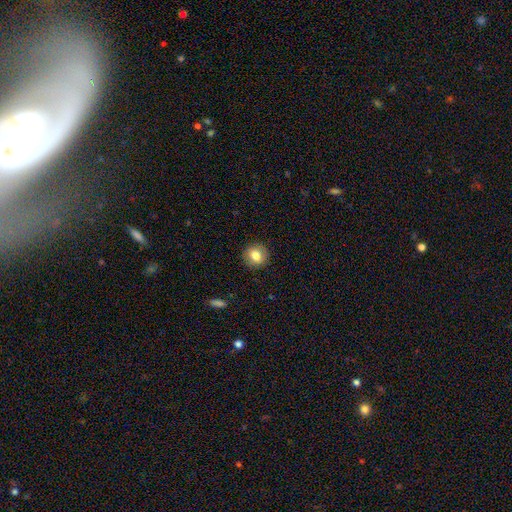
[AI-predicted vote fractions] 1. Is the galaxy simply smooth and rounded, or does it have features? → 80% smooth, 11% featured or disk, 9% star or artifact.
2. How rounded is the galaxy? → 84% round, 15% in between, 1% cigar-shaped.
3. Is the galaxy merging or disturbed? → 90% none, 7% minor disturbance, 2% major disturbance, 1% merger.